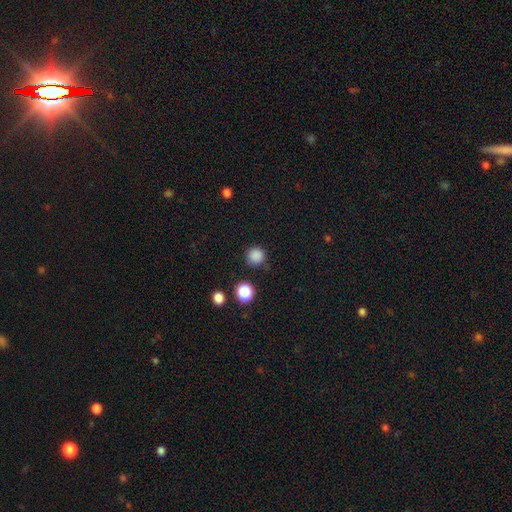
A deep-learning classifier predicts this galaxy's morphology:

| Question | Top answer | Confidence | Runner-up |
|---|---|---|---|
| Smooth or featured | smooth | 84% | star or artifact (12%) |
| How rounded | round | 94% | in between (5%) |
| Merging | none | 87% | minor disturbance (8%) |